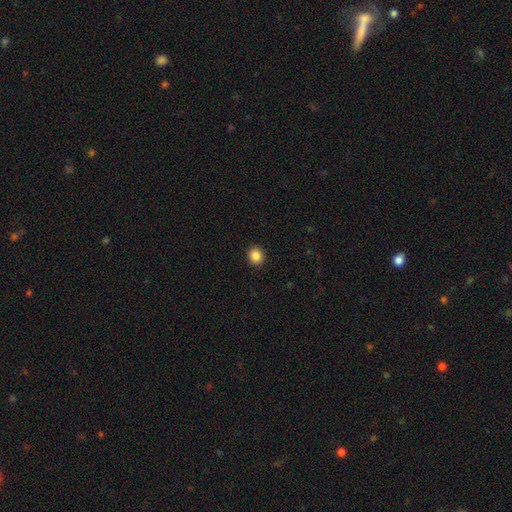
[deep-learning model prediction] smooth_or_featured: smooth (p=0.87) [alt: star or artifact p=0.10]
how_rounded: round (p=0.74) [alt: in between p=0.25]
merging: none (p=0.92) [alt: minor disturbance p=0.06]